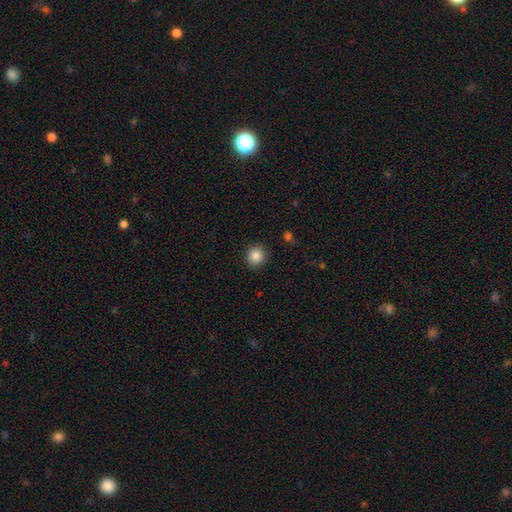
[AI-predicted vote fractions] A smooth galaxy with no disk features (85%) that is round (93%). Merging: none (92%).